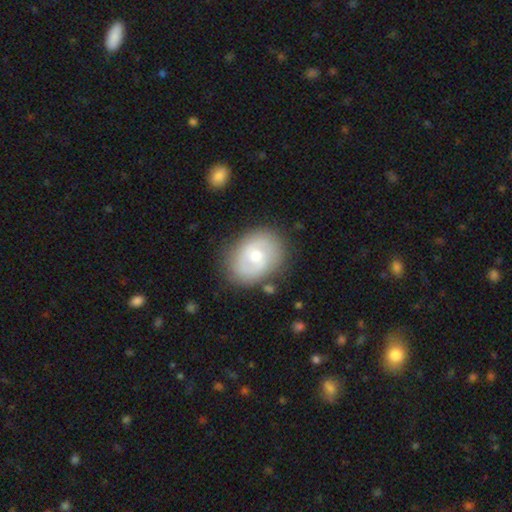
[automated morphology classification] type=featured or disk (65%); edge-on=no (97%); bar=no (52%); spiral arms=yes (82%); winding=medium (42%); arm count=2 (77%); bulge=moderate (64%); merging=none (80%).